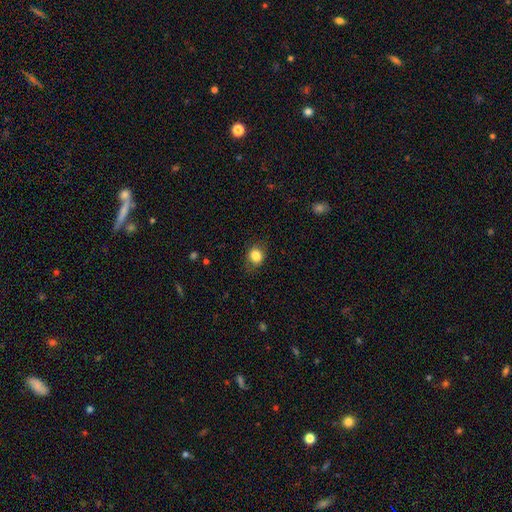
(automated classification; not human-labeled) The model was most divided on "how rounded": round: 64%, in between: 35%, cigar-shaped: 1%. More confident: smooth or featured — smooth (83%); merging — none (78%).